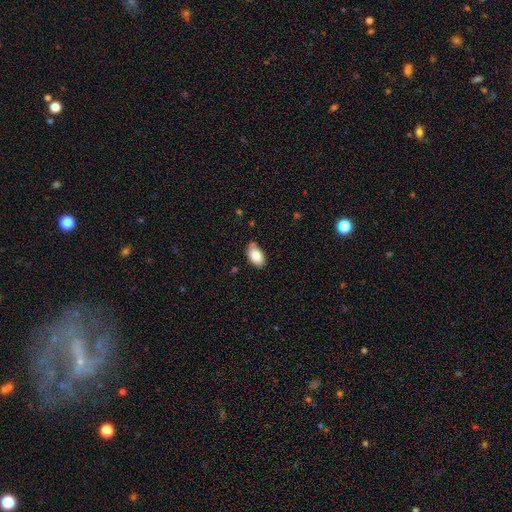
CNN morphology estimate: A smooth galaxy with no disk features (81%) that is in between round and cigar-shaped (92%).

Vote fractions:
- Smooth or featured? smooth: 81% / featured or disk: 12% / star or artifact: 7%
- How rounded? in between: 92% / round: 6% / cigar-shaped: 1%
- Merging? none: 76% / minor disturbance: 19% / major disturbance: 3% / merger: 2%